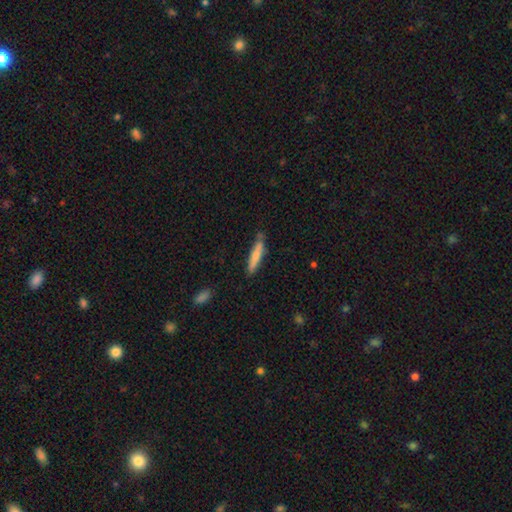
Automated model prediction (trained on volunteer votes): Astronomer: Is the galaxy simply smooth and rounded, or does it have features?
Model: smooth — 69%.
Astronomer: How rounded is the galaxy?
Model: cigar-shaped — 87%.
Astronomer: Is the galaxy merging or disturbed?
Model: none — 75%.